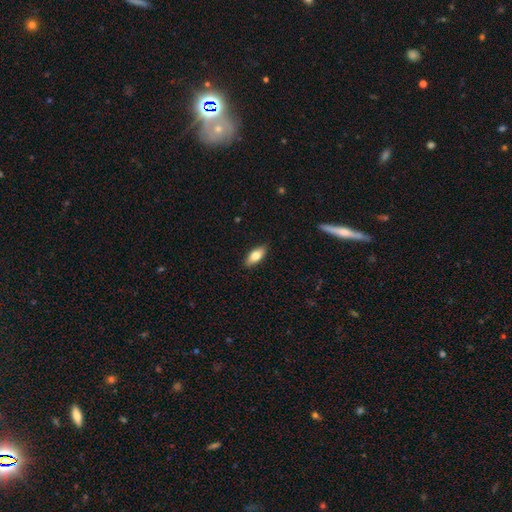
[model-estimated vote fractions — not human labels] Smooth or featured?
  - smooth: 77% *
  - featured or disk: 17%
  - star or artifact: 6%
How rounded?
  - in between: 82% *
  - cigar-shaped: 15%
  - round: 3%
Merging?
  - none: 88% *
  - minor disturbance: 9%
  - major disturbance: 2%
  - merger: 1%